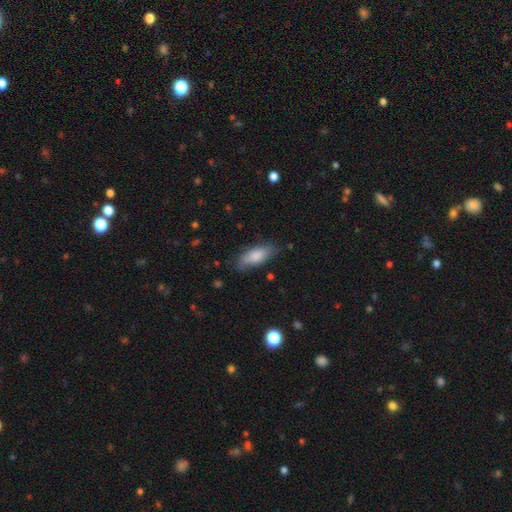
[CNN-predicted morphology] smooth_or_featured: smooth (p=0.81) [alt: featured or disk p=0.14]
how_rounded: in between (p=0.79) [alt: cigar-shaped p=0.19]
merging: none (p=0.73) [alt: minor disturbance p=0.21]